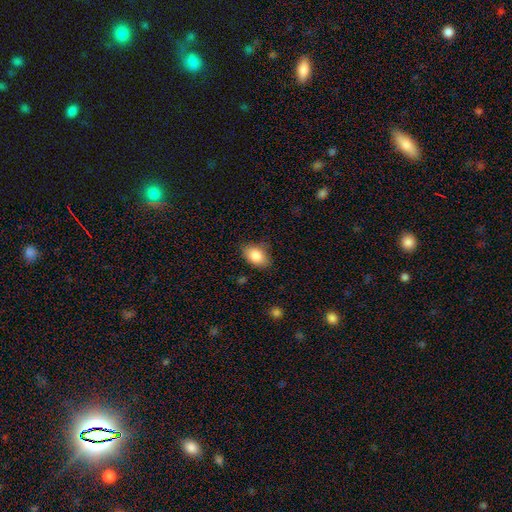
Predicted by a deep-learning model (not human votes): smooth-or-featured: smooth: 85% | star or artifact: 8% | featured or disk: 7%
  how-rounded: in between: 85% | round: 13% | cigar-shaped: 1%
  merging: none: 79% | minor disturbance: 16% | major disturbance: 4% | merger: 1%